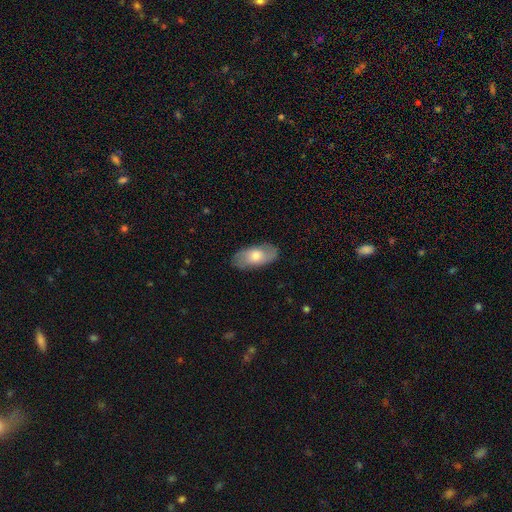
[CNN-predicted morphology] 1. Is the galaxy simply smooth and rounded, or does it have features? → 64% smooth, 30% featured or disk, 6% star or artifact.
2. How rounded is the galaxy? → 91% in between, 5% cigar-shaped, 3% round.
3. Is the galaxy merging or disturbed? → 82% none, 13% minor disturbance, 3% major disturbance, 1% merger.